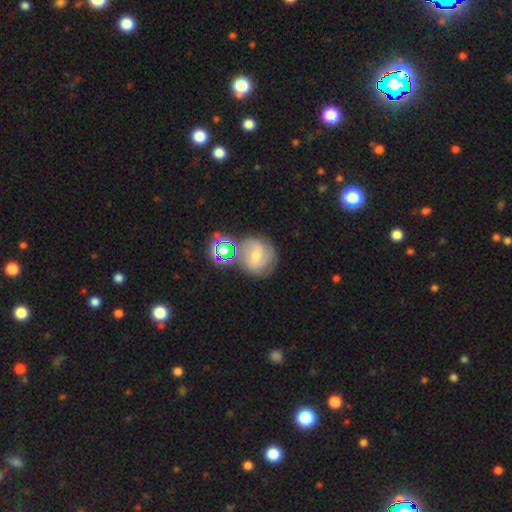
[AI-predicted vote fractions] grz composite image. It shows a featured or disk galaxy (54%) with a weak bar (49%), spiral arms (87%) and a small central bulge (52%). Merging: none (63%).